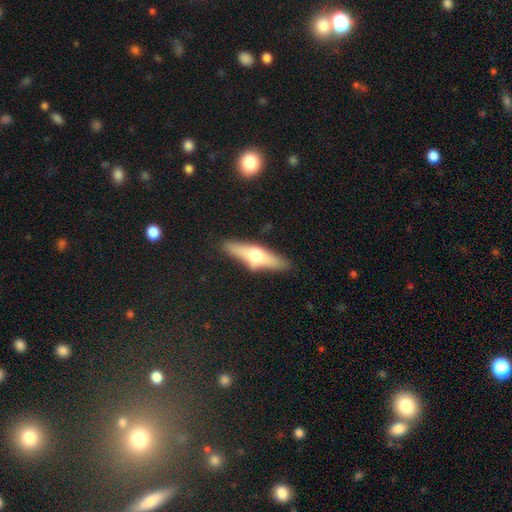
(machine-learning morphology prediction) Overall: featured or disk (53%; smooth 40%). Edge-on disk: yes (91%). Merging: none (83%).